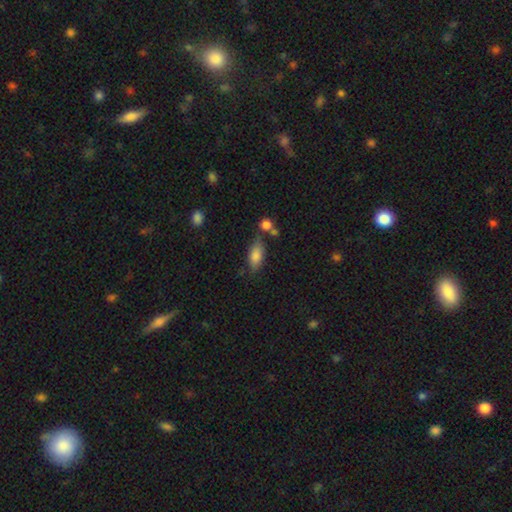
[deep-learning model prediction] Smooth or featured? smooth (83%)
How rounded? in between (84%)
Merging? none (65%)